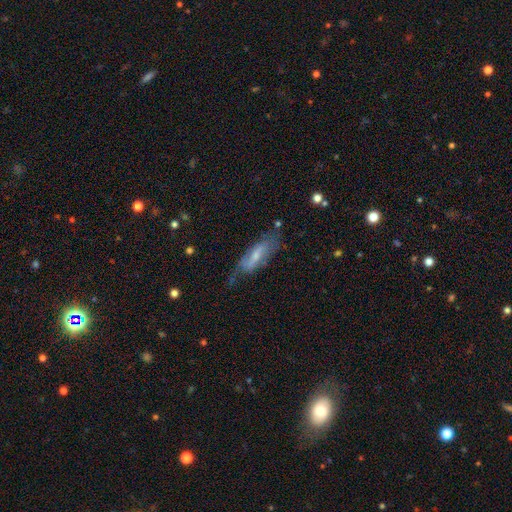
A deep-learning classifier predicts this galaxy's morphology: smooth-or-featured: featured or disk: 49% | smooth: 44% | star or artifact: 7%
  merging: none: 52% | minor disturbance: 30% | major disturbance: 15% | merger: 3%